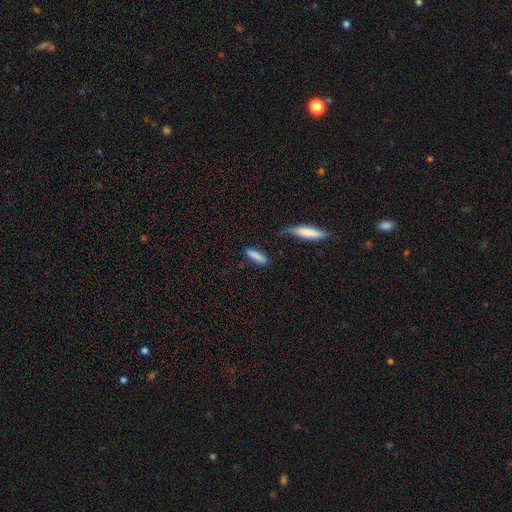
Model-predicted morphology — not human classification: A smooth galaxy with no disk features (85%) that is cigar-shaped (63%).

Vote fractions:
- Smooth or featured? smooth: 85% / featured or disk: 8% / star or artifact: 6%
- How rounded? cigar-shaped: 63% / in between: 35% / round: 2%
- Merging? none: 69% / minor disturbance: 19% / merger: 6% / major disturbance: 5%